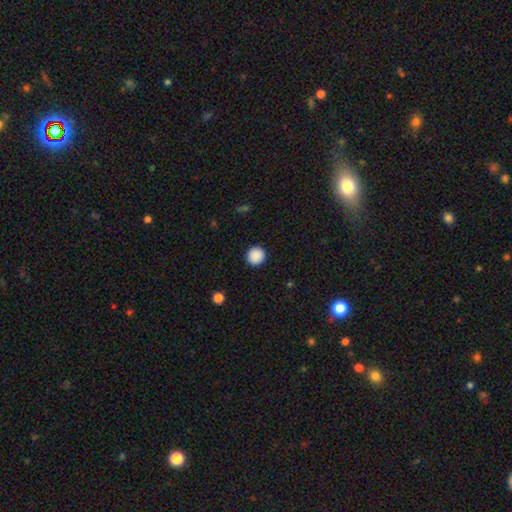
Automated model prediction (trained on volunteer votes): Morphology: type=smooth (90%); roundness=round (94%); merging=none (93%).